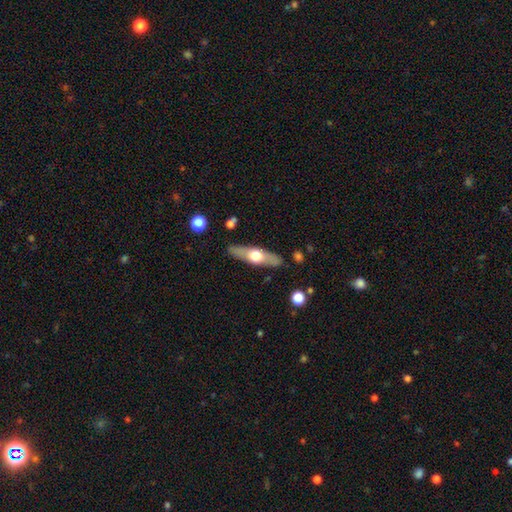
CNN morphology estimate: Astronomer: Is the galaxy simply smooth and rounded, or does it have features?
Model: featured or disk — 53% (runner-up: smooth, 42%).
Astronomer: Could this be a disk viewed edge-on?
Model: yes — 84%.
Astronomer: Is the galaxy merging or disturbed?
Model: none — 86%.